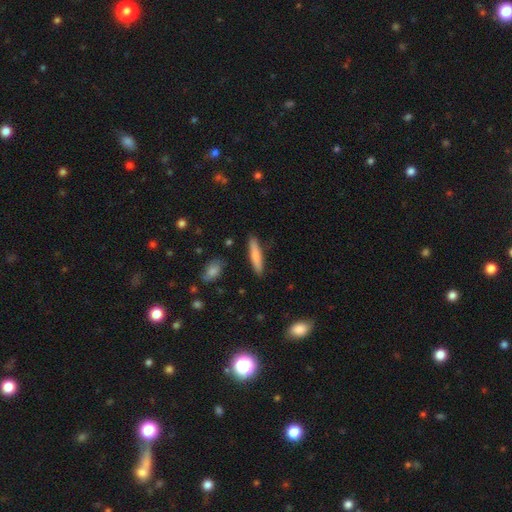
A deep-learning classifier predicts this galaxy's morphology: A smooth galaxy with no disk features (78%) that is cigar-shaped (87%). Merging: none (88%).